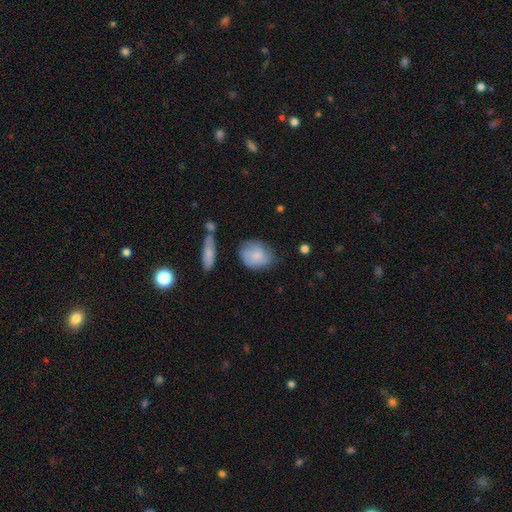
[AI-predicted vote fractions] smooth-or-featured: smooth: 75% | featured or disk: 19% | star or artifact: 6%
  how-rounded: round: 49% (tied) | in between: 49% (tied) | cigar-shaped: 2%
  merging: none: 63% | minor disturbance: 26% | major disturbance: 7% | merger: 4%